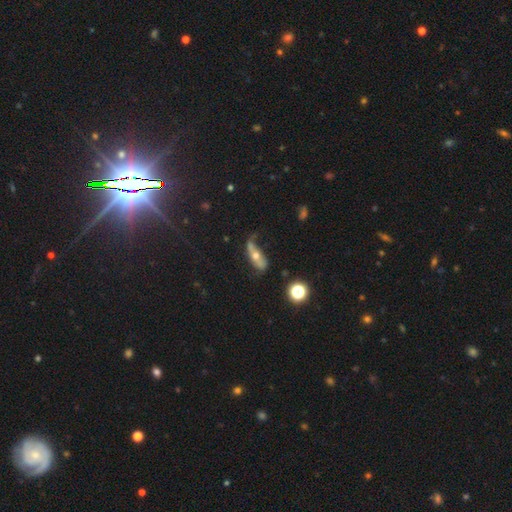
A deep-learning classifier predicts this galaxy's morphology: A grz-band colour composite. It shows a featured or disk galaxy (49%). Merging: none (35%).